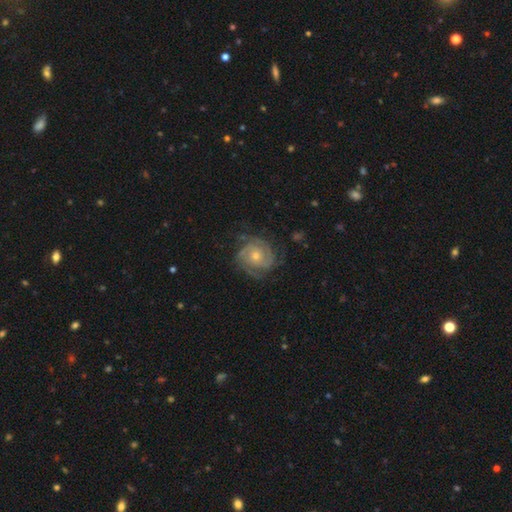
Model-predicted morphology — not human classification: type=featured or disk (85%); edge-on=no (98%); bar=no (76%); spiral arms=yes (97%); winding=tight (70%); arm count=2 (33%); bulge=moderate (52%); merging=none (78%).